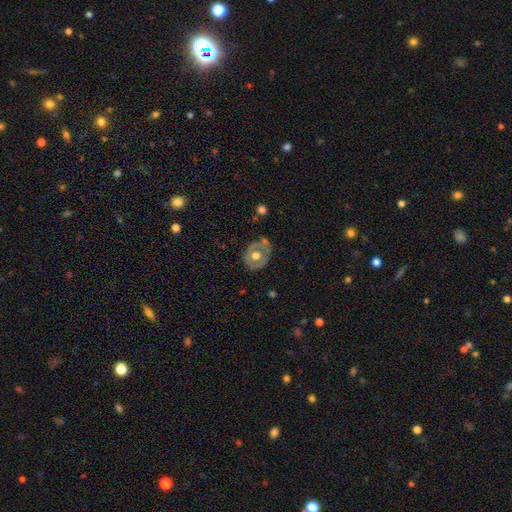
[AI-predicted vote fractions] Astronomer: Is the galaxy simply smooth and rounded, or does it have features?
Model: featured or disk — 50% (runner-up: smooth, 44%).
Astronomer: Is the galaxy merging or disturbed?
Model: none — 63%.